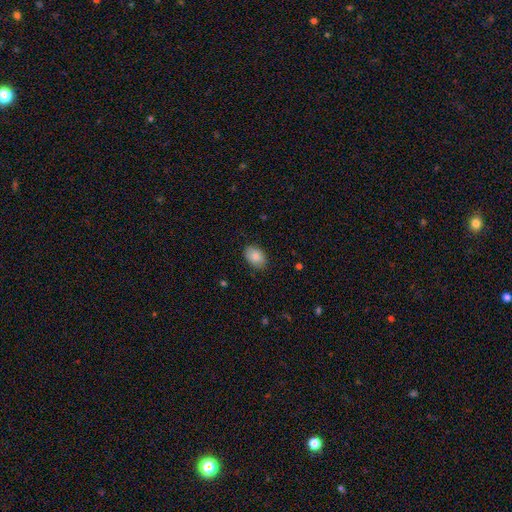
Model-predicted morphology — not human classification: Smooth or featured: smooth — 85% (featured or disk — 8%)
How rounded: in between — 86% (round — 13%)
Merging: none — 85% (minor disturbance — 12%)